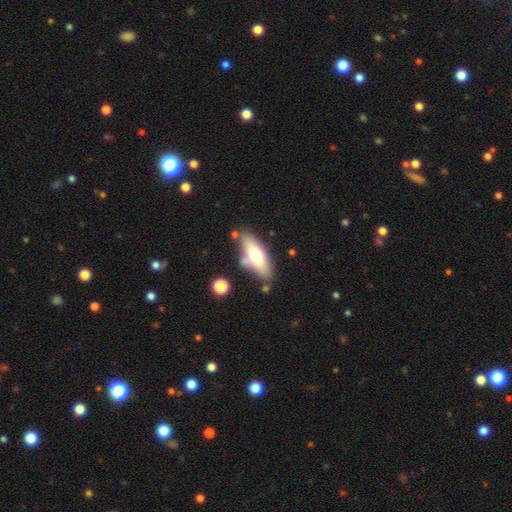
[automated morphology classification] smooth 61%, featured or disk 33%, star or artifact 7%. Down the decision tree: how rounded — in between (62%); merging — none (69%).